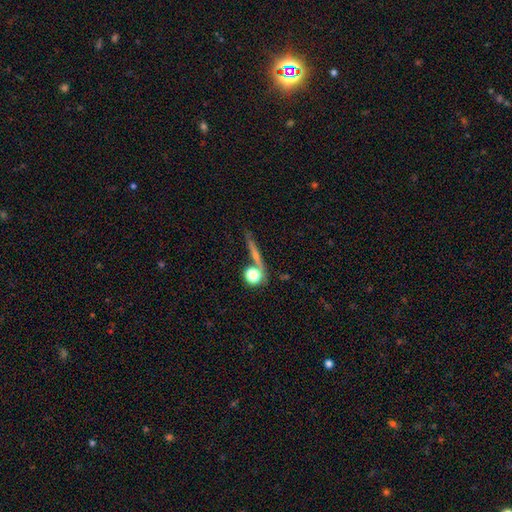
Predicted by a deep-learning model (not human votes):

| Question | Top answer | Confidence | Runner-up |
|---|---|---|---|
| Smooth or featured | featured or disk | 44% | smooth (37%) |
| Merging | none | 69% | merger (14%) |